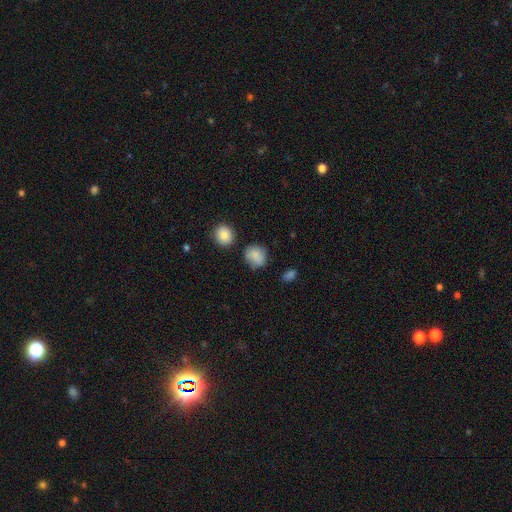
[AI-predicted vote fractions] Smooth or featured? smooth (83%)
How rounded? round (77%)
Merging? none (67%)